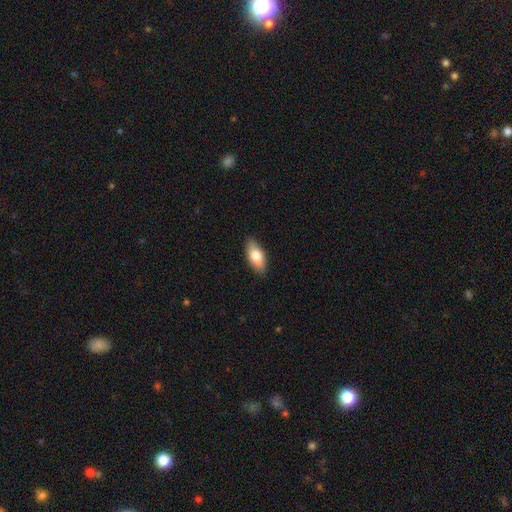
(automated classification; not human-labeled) Smooth or featured? smooth (79%)
How rounded? in between (86%)
Merging? none (87%)